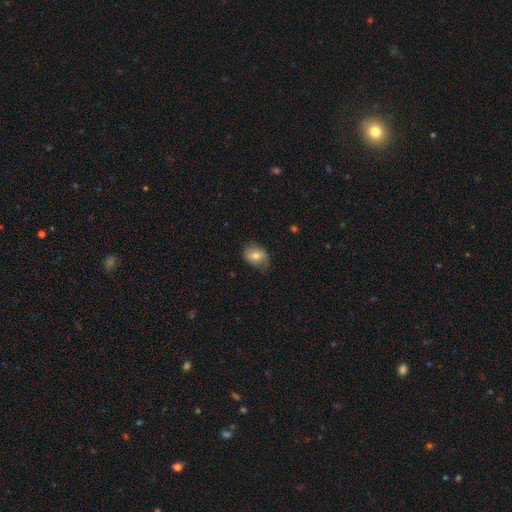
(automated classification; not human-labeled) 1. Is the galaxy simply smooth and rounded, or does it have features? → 67% smooth, 25% featured or disk, 8% star or artifact.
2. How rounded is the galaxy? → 60% in between, 39% round, 1% cigar-shaped.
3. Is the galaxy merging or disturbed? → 64% none, 27% minor disturbance, 8% major disturbance, 1% merger.